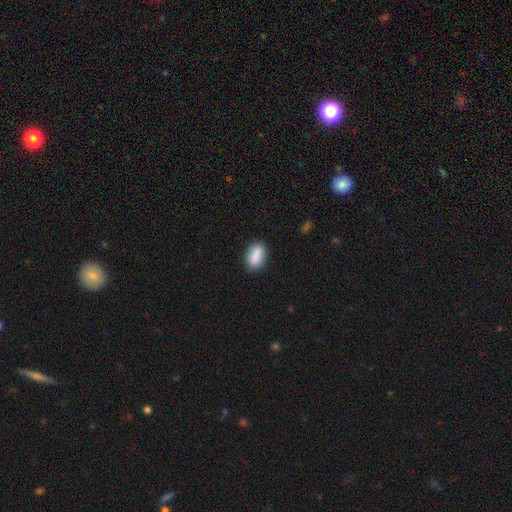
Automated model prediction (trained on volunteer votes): A smooth galaxy with no disk features (89%) that is in between round and cigar-shaped (89%).

Vote fractions:
- Smooth or featured? smooth: 89% / star or artifact: 7% / featured or disk: 4%
- How rounded? in between: 89% / round: 6% / cigar-shaped: 4%
- Merging? none: 86% / minor disturbance: 10% / major disturbance: 2% / merger: 1%